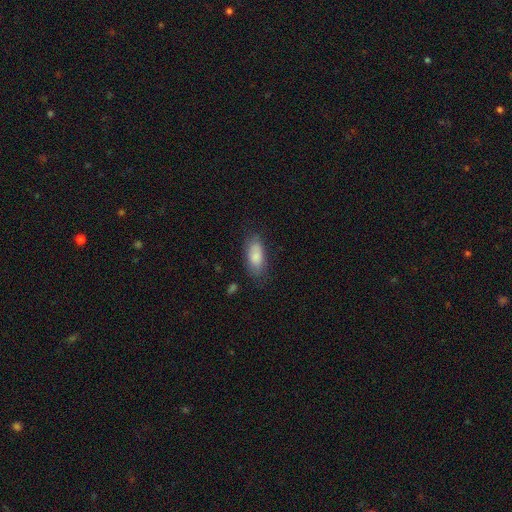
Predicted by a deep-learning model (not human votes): Smooth or featured? Predicted: smooth (p=0.84). How rounded? Predicted: in between (p=0.86). Merging? Predicted: none (p=0.74).